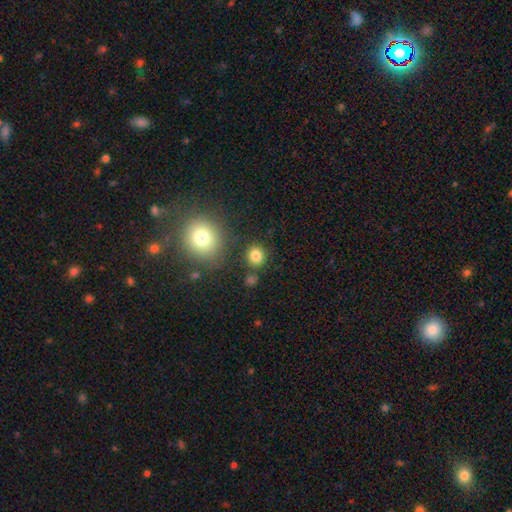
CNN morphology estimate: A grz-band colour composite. It shows a smooth galaxy with no disk features (82%) that is round (82%). Merging: none (83%).